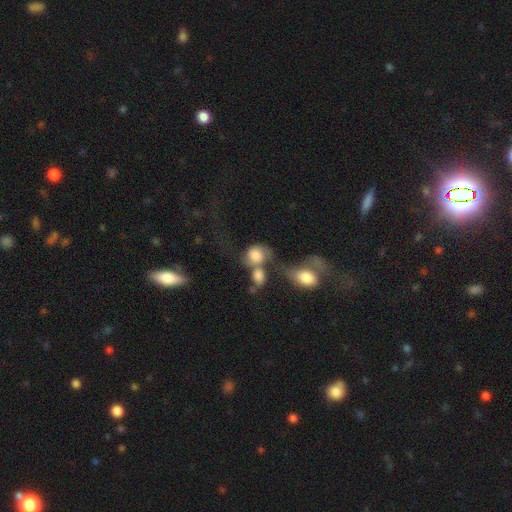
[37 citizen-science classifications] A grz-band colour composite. It shows a smooth galaxy with no disk features (73%) that is in between round and cigar-shaped (63%). Merging: merger (65%).